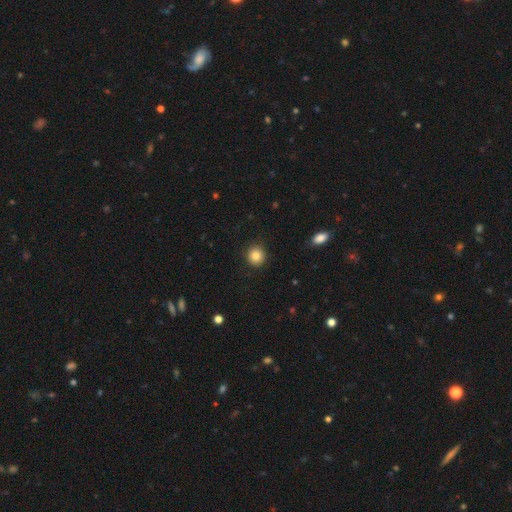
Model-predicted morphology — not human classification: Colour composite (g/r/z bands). It shows a smooth galaxy with no disk features (85%) that is round (91%). Merging: none (91%).